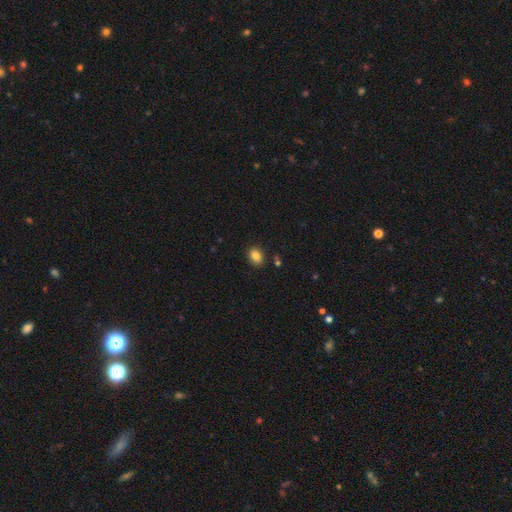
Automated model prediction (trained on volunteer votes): Smooth or featured? Predicted: smooth (p=0.85). How rounded? Predicted: in between (p=0.70). Merging? Predicted: none (p=0.85).